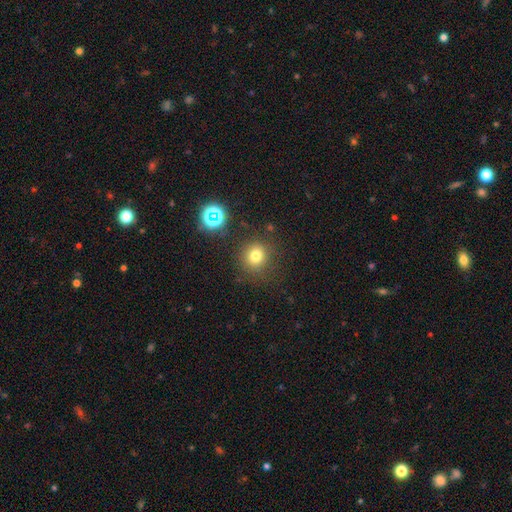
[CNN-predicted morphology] Q: Smooth or featured?
A: smooth (74%); runner-up: star or artifact (18%)
Q: How rounded?
A: round (88%); runner-up: in between (11%)
Q: Merging?
A: none (83%); runner-up: minor disturbance (9%)